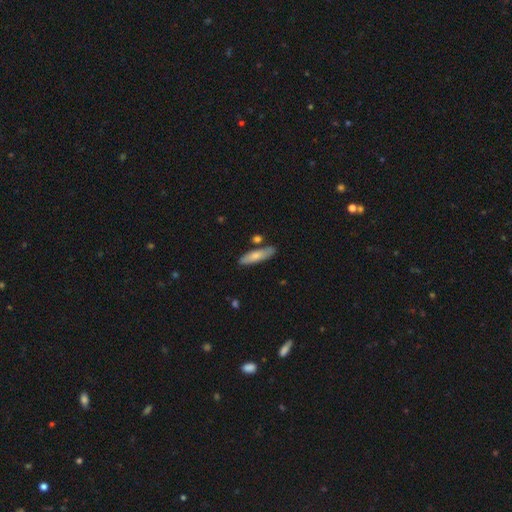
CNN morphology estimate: Smooth or featured? Predicted: smooth (p=0.71). How rounded? Predicted: cigar-shaped (p=0.72). Merging? Predicted: none (p=0.78).